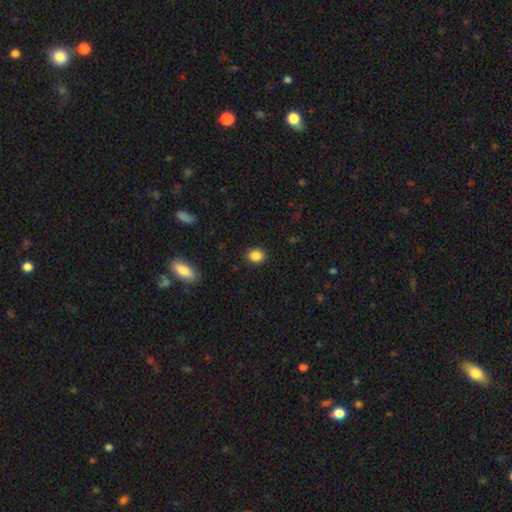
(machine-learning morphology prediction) This appears to be a smooth galaxy with no disk features (86%) that is round (53%). Merging: none (89%).